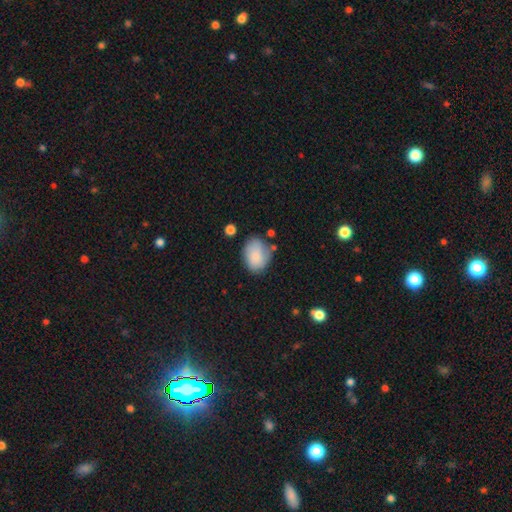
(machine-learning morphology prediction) Smooth or featured? Predicted: smooth (p=0.82). How rounded? Predicted: in between (p=0.69). Merging? Predicted: none (p=0.63).